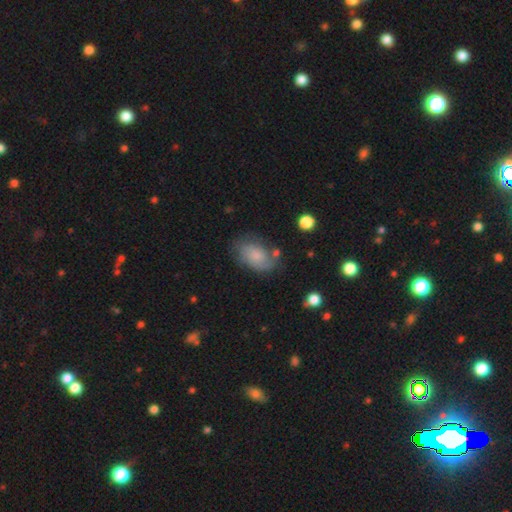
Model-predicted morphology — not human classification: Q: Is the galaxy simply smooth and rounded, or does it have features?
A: smooth — 60%.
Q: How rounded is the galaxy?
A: in between — 89%.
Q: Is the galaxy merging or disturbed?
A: none — 59%.